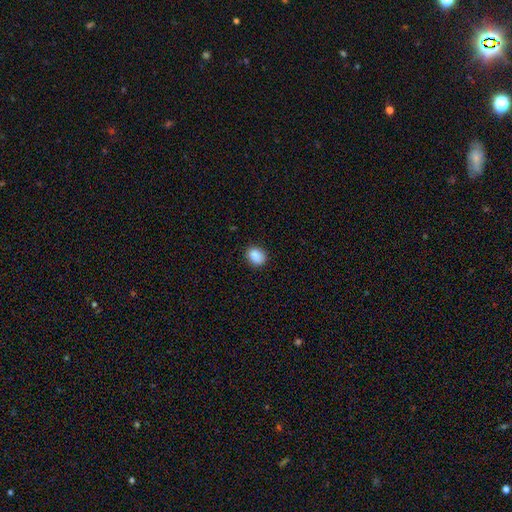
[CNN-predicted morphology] Overall: smooth (88%). How rounded: in between (52%; round 47%). Merging: none (84%).